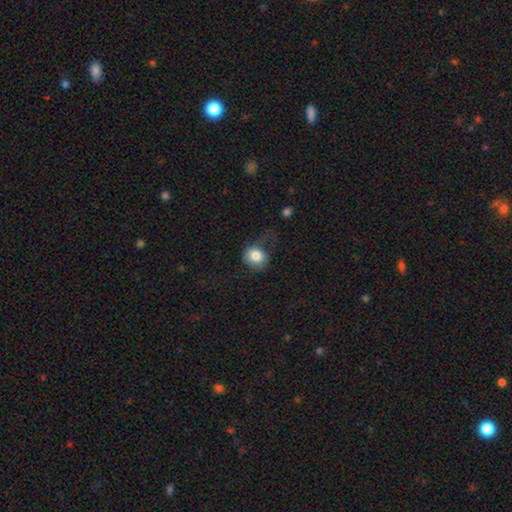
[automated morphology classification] smooth 81%, featured or disk 10%, star or artifact 9%. Down the decision tree: how rounded — round (71%); merging — none (45%).